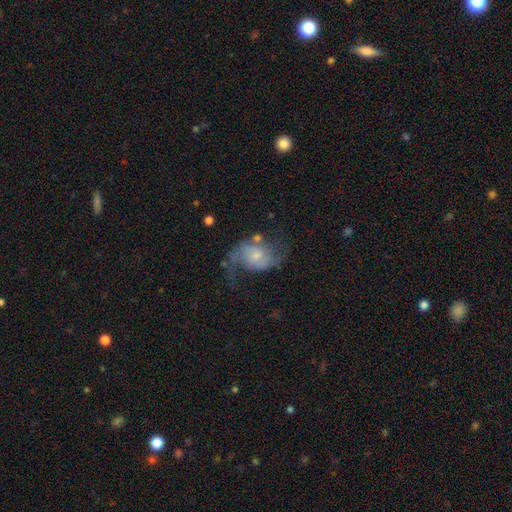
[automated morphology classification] Smooth or featured? featured or disk (76%)
Edge-on disk? no (97%)
Bar? no (54%)
Spiral arms? yes (91%)
Spiral winding? loose (61%)
Spiral arm count? 2 (87%)
Bulge size? small (53%)
Merging? none (51%)